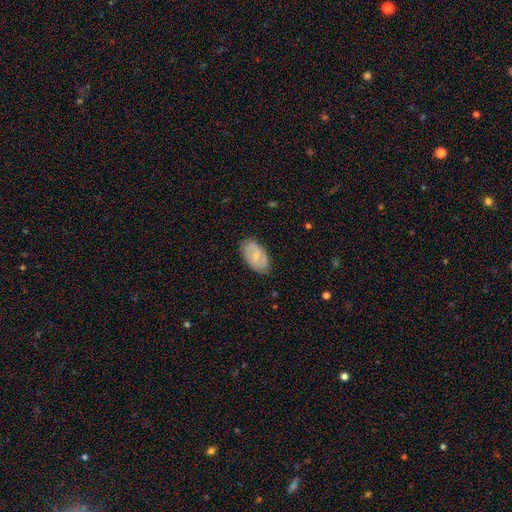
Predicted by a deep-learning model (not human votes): A featured or disk galaxy (49%). Merging: none (81%).